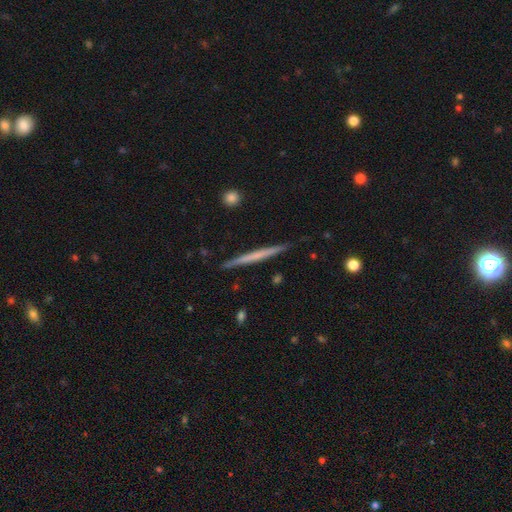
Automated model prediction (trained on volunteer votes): Q: Smooth or featured?
A: featured or disk (51%); runner-up: smooth (44%)
Q: Edge-on disk?
A: yes (97%); runner-up: no (3%)
Q: Edge-on bulge?
A: none (87%); runner-up: rounded (9%)
Q: Merging?
A: none (89%); runner-up: minor disturbance (8%)